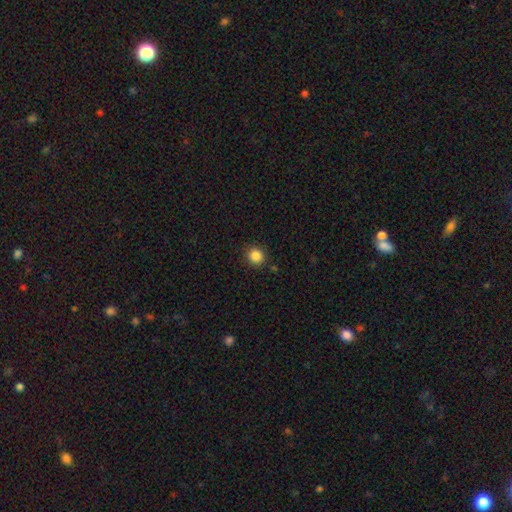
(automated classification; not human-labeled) smooth_or_featured: smooth (p=0.86) [alt: star or artifact p=0.11]
how_rounded: round (p=0.88) [alt: in between p=0.11]
merging: none (p=0.88) [alt: minor disturbance p=0.08]